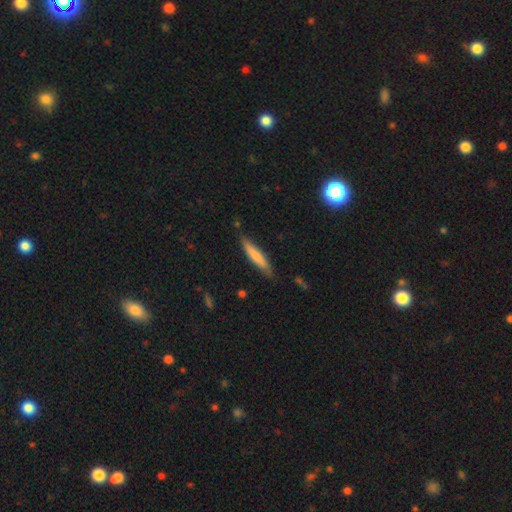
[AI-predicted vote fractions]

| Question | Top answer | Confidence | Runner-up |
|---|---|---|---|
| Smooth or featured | smooth | 72% | featured or disk (23%) |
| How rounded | cigar-shaped | 88% | in between (11%) |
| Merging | none | 83% | minor disturbance (13%) |